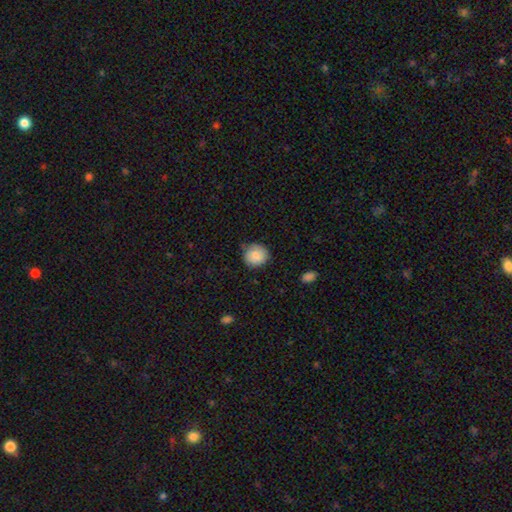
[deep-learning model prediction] Smooth or featured?
  - smooth: 86% *
  - star or artifact: 8%
  - featured or disk: 6%
How rounded?
  - round: 87% *
  - in between: 12%
  - cigar-shaped: 1%
Merging?
  - none: 77% *
  - minor disturbance: 18%
  - major disturbance: 3%
  - merger: 2%